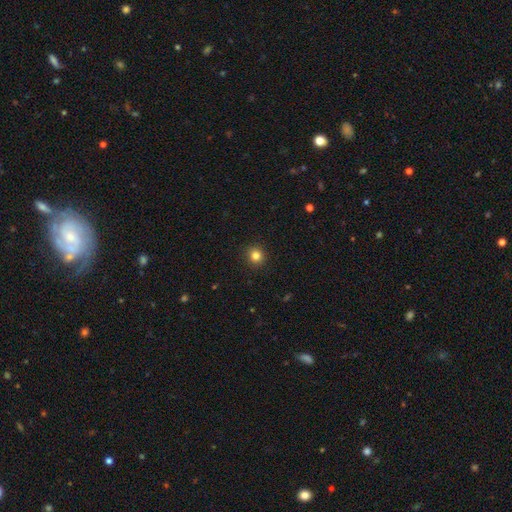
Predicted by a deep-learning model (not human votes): Smooth or featured? Predicted: smooth (p=0.83). How rounded? Predicted: round (p=0.92). Merging? Predicted: none (p=0.93).